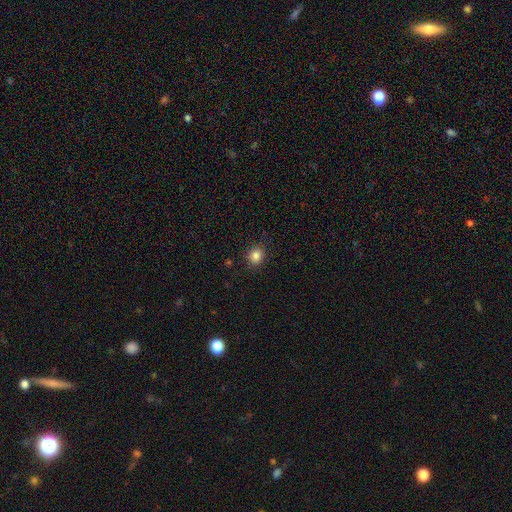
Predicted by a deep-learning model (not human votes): A smooth galaxy with no disk features (85%) that is round (73%). Merging: none (88%).